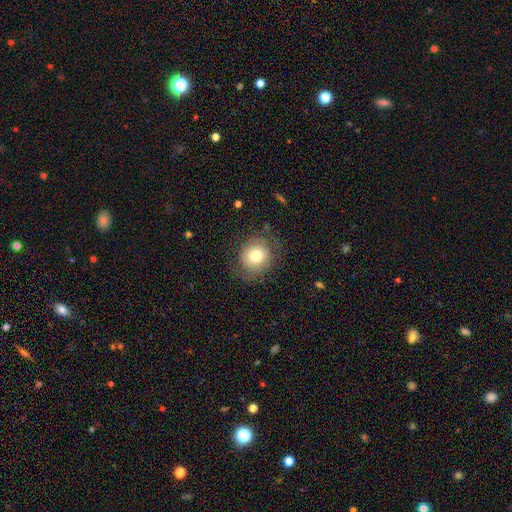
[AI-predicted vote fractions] Smooth or featured: smooth — 73% (featured or disk — 17%)
How rounded: round — 80% (in between — 19%)
Merging: none — 76% (minor disturbance — 16%)